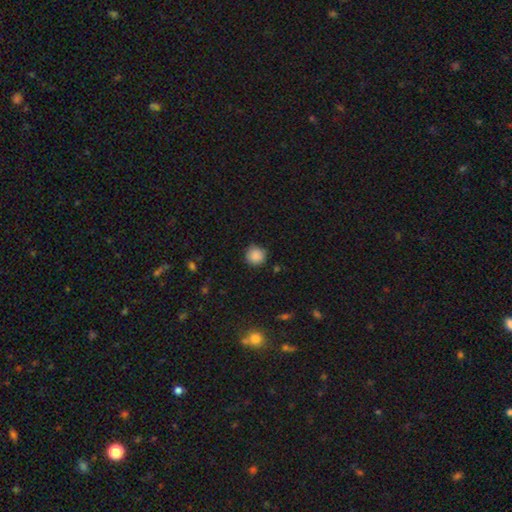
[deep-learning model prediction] smooth 87%, star or artifact 9%, featured or disk 4%. Down the decision tree: how rounded — round (93%); merging — none (85%).